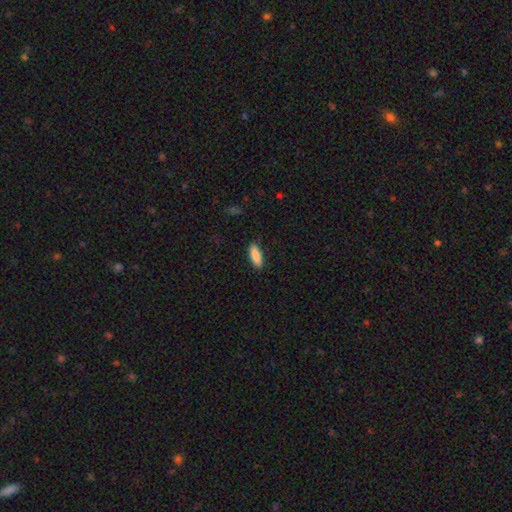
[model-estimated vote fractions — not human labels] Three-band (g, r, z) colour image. It shows a smooth galaxy with no disk features (88%) that is in between round and cigar-shaped (64%). Merging: none (88%).